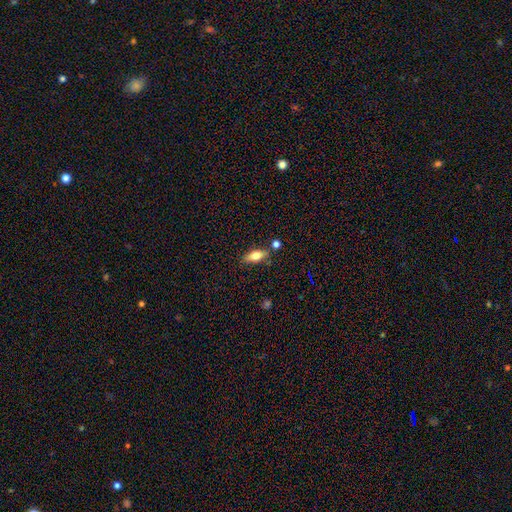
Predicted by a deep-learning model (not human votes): The model was most divided on "smooth or featured": smooth: 69%, featured or disk: 23%, star or artifact: 8%. More confident: merging — none (75%); how rounded — in between (73%).